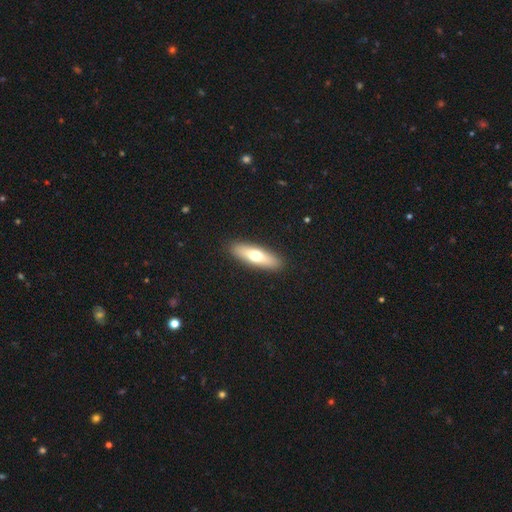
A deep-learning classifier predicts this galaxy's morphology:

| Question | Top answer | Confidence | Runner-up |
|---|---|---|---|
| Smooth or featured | smooth | 61% | featured or disk (34%) |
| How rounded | cigar-shaped | 62% | in between (36%) |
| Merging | none | 91% | minor disturbance (7%) |